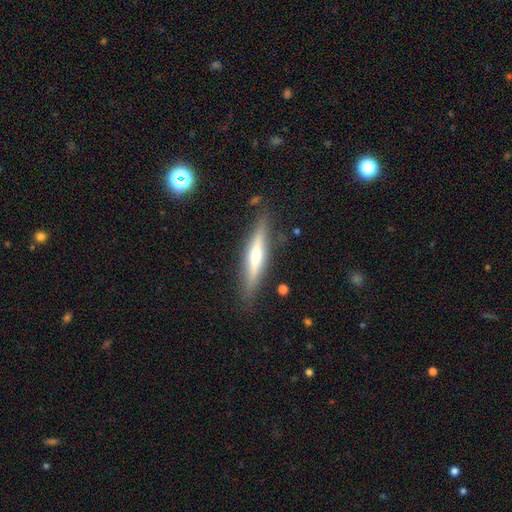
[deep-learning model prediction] This appears to be a featured or disk galaxy (61%) viewed edge-on (95%) with a rounded central bulge (75%). Merging: none (87%).